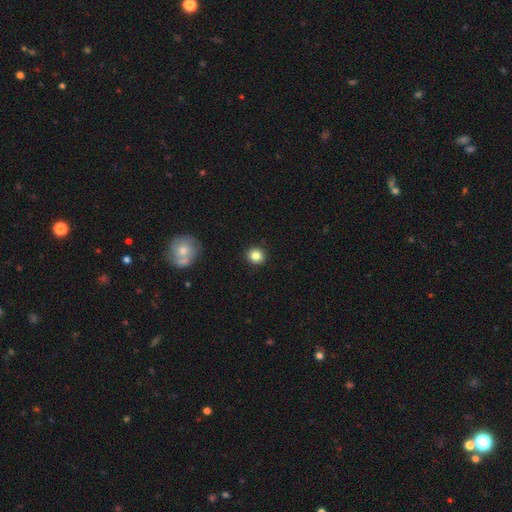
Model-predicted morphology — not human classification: smooth_or_featured: smooth (p=0.84) [alt: star or artifact p=0.10]
how_rounded: round (p=0.88) [alt: in between p=0.11]
merging: none (p=0.92) [alt: minor disturbance p=0.05]